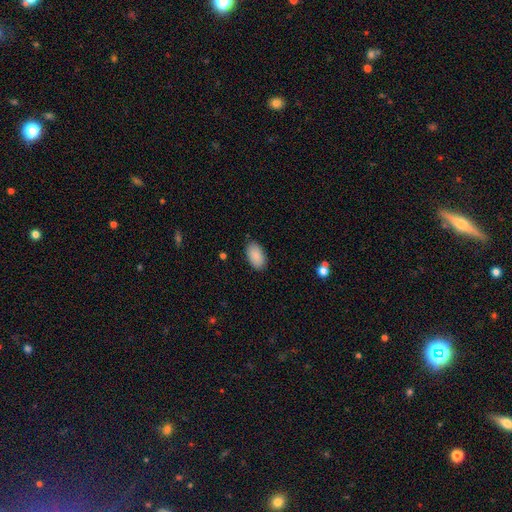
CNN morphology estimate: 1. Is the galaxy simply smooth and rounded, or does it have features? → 89% smooth, 6% star or artifact, 5% featured or disk.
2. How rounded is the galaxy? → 95% in between, 3% round, 2% cigar-shaped.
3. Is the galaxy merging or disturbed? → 87% none, 10% minor disturbance, 2% major disturbance, 1% merger.